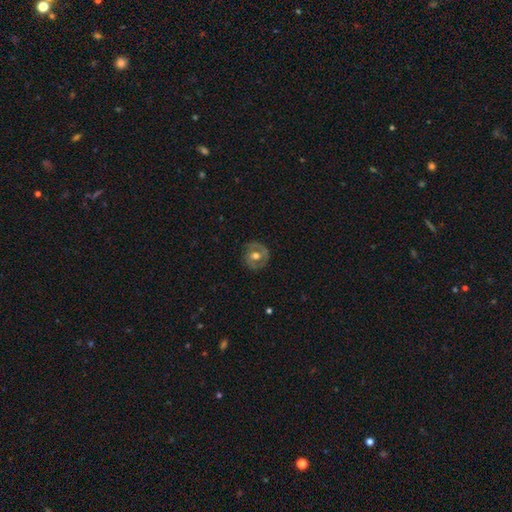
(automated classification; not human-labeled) This is likely a featured or disk galaxy (63%). It is clearly not viewed edge-on (97%). Bar: possibly no (51%). Spiral arm pattern: likely yes (66%). Central bulge: likely moderate (76%). Merging: clearly none (81%).